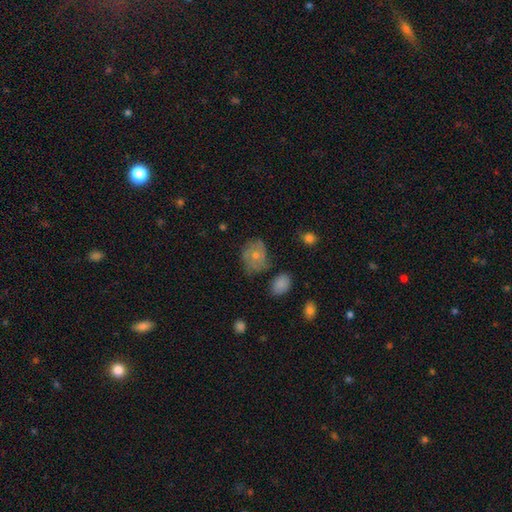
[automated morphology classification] type=smooth (52%); roundness=round (59%); merging=none (57%).